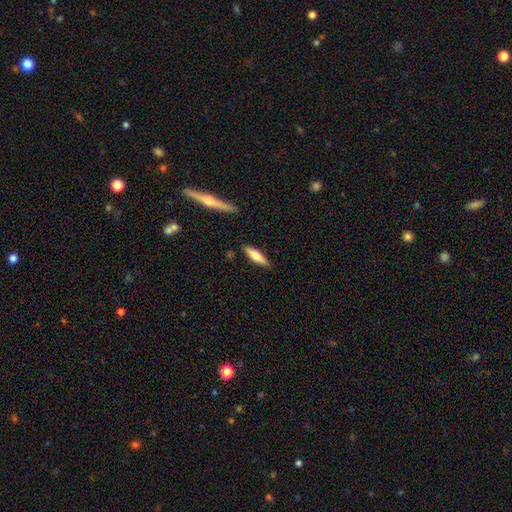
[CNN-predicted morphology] smooth 57%, featured or disk 37%, star or artifact 6%. Down the decision tree: how rounded — cigar-shaped (67%); merging — none (87%).